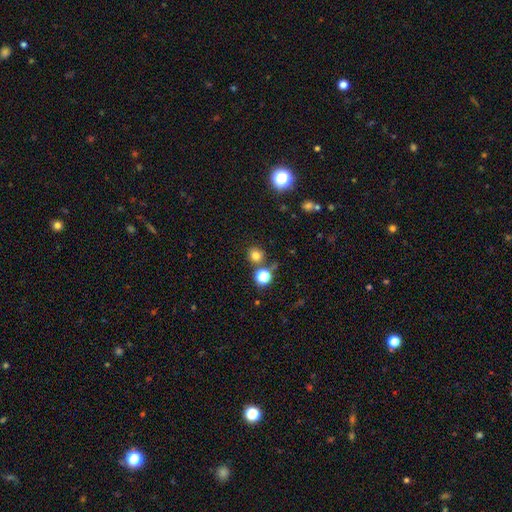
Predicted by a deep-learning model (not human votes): This is likely a smooth galaxy (76%). How rounded: clearly round (87%). Merging: likely none (78%).